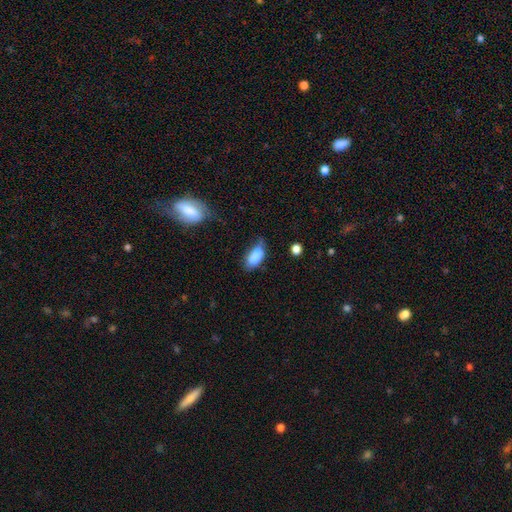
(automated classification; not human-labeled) Smooth or featured? smooth (80%)
How rounded? in between (89%)
Merging? minor disturbance (37%, tied with none)